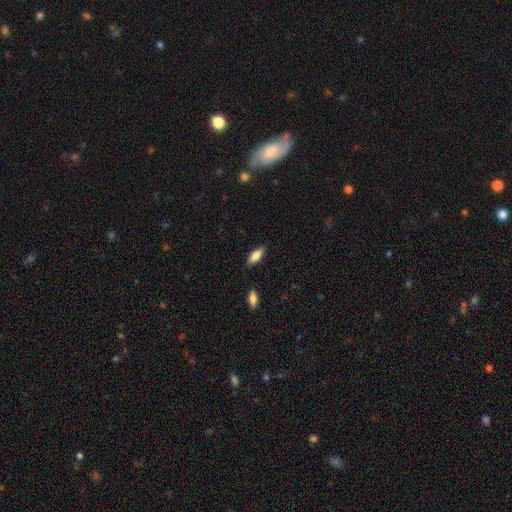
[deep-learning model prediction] A smooth galaxy with no disk features (81%) that is in between round and cigar-shaped (73%). Merging: none (85%).